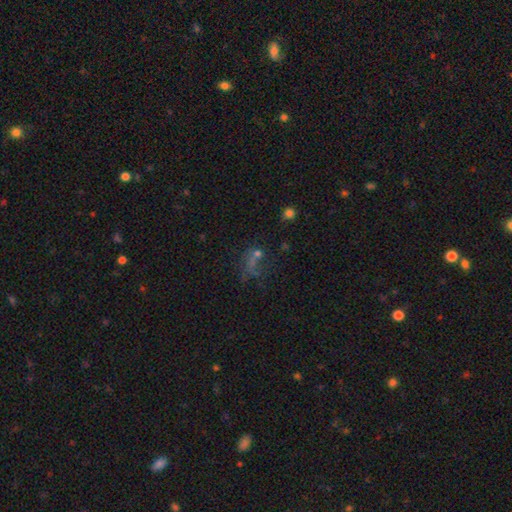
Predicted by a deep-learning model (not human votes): The model was most divided on "smooth or featured": star or artifact: 39%, smooth: 34%, featured or disk: 27%.